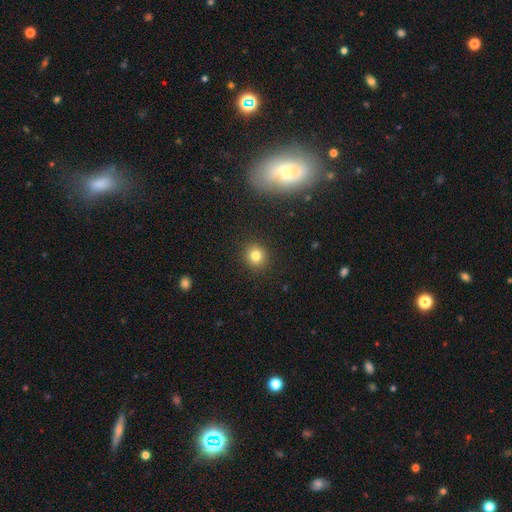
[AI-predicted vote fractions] A smooth galaxy with no disk features (81%) that is round (88%). Merging: none (91%).